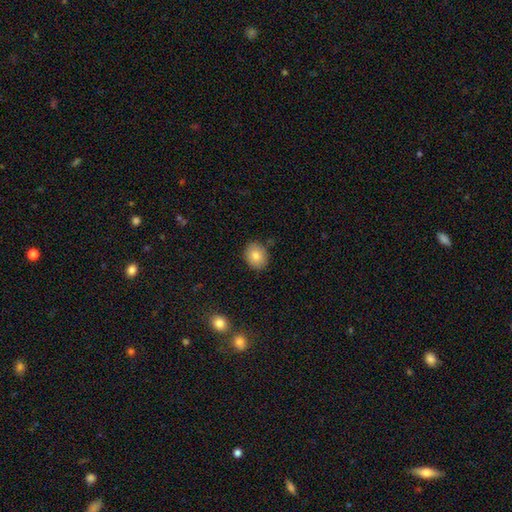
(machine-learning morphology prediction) A smooth galaxy with no disk features (83%) that is round (55%).

Vote fractions:
- Smooth or featured? smooth: 83% / featured or disk: 9% / star or artifact: 8%
- How rounded? round: 55% / in between: 44% / cigar-shaped: 1%
- Merging? none: 85% / minor disturbance: 11% / major disturbance: 2% / merger: 2%